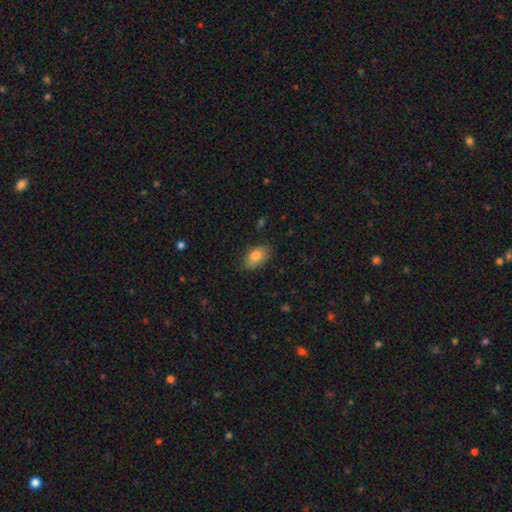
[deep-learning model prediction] smooth-or-featured: smooth: 82% | featured or disk: 11% | star or artifact: 8%
  how-rounded: in between: 90% | round: 8% | cigar-shaped: 2%
  merging: none: 76% | minor disturbance: 19% | major disturbance: 4% | merger: 1%